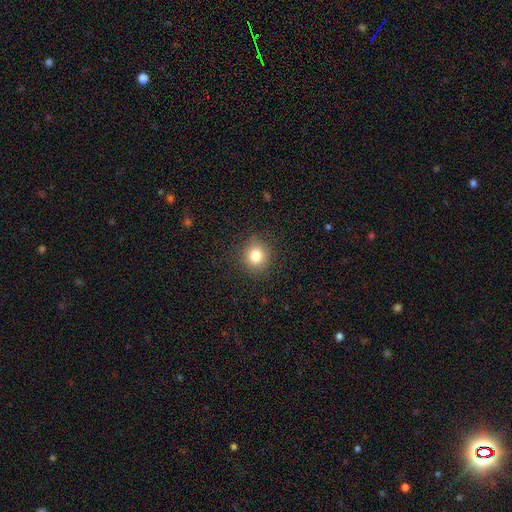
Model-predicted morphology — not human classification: type=smooth (81%); roundness=round (89%); merging=none (90%).